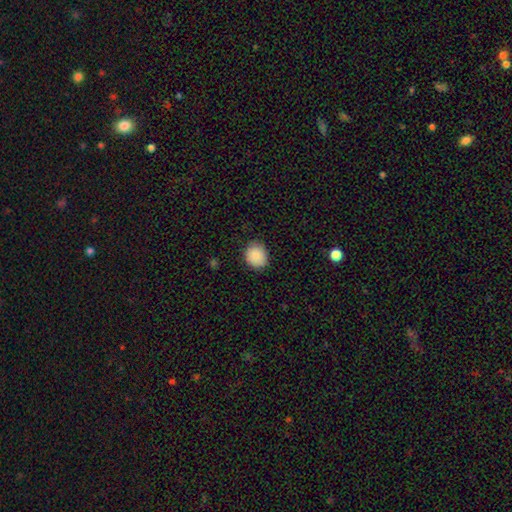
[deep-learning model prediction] smooth_or_featured: smooth (p=0.88) [alt: star or artifact p=0.08]
how_rounded: round (p=0.76) [alt: in between p=0.23]
merging: none (p=0.84) [alt: minor disturbance p=0.13]